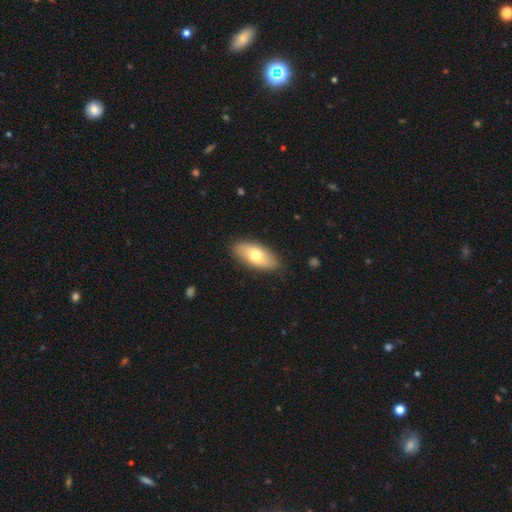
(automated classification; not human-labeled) smooth_or_featured: smooth (p=0.68) [alt: featured or disk p=0.27]
how_rounded: in between (p=0.88) [alt: cigar-shaped p=0.09]
merging: none (p=0.86) [alt: minor disturbance p=0.11]